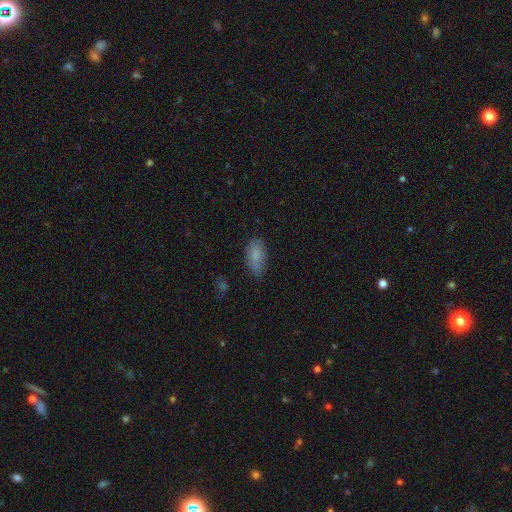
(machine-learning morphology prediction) A smooth galaxy with no disk features (84%) that is in between round and cigar-shaped (90%). Merging: none (74%).